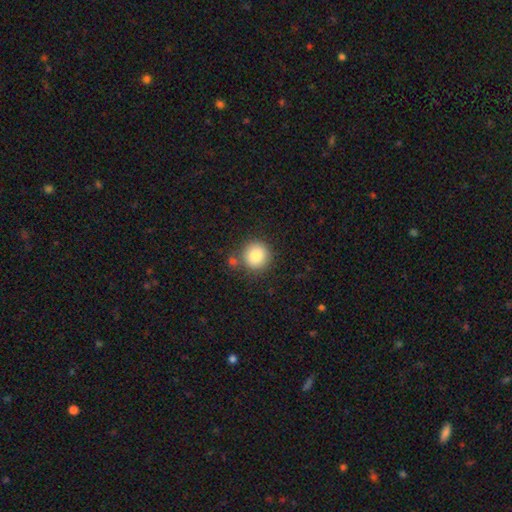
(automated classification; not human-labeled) A smooth galaxy with no disk features (84%) that is round (93%).

Vote fractions:
- Smooth or featured? smooth: 84% / star or artifact: 9% / featured or disk: 7%
- How rounded? round: 93% / in between: 6% / cigar-shaped: 1%
- Merging? none: 78% / minor disturbance: 10% / merger: 9% / major disturbance: 3%